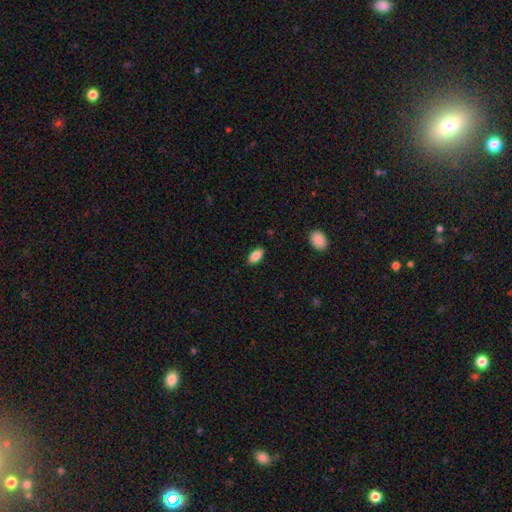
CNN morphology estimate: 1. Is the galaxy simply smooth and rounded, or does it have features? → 86% smooth, 8% star or artifact, 6% featured or disk.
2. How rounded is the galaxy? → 92% in between, 4% cigar-shaped, 4% round.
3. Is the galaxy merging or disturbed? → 87% none, 10% minor disturbance, 2% major disturbance, 1% merger.